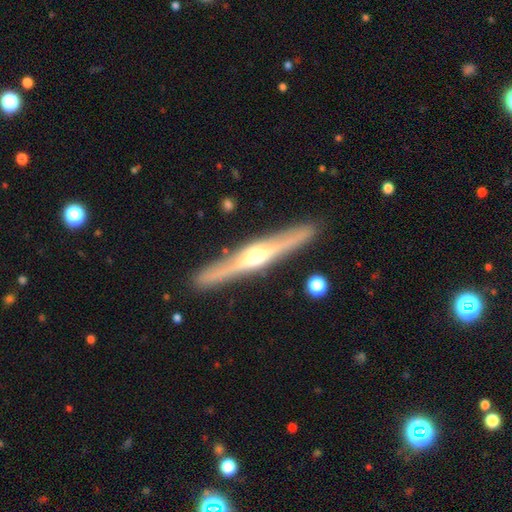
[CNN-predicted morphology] This appears to be a featured or disk galaxy (77%) viewed edge-on (96%) with a rounded central bulge (92%). Merging: none (89%).